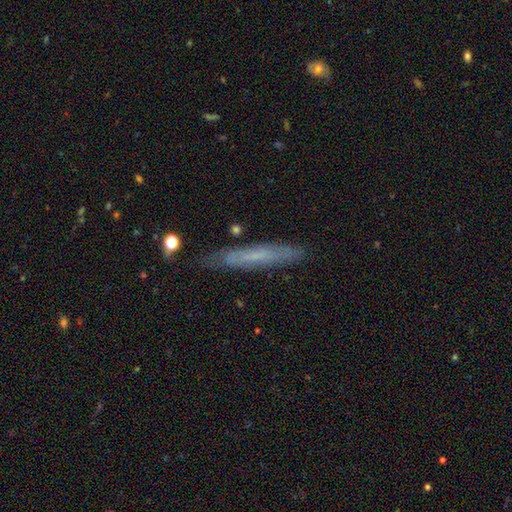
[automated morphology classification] The model was most divided on "smooth or featured": smooth: 51%, featured or disk: 40%, star or artifact: 9%. More confident: how rounded — cigar-shaped (94%); merging — none (81%).